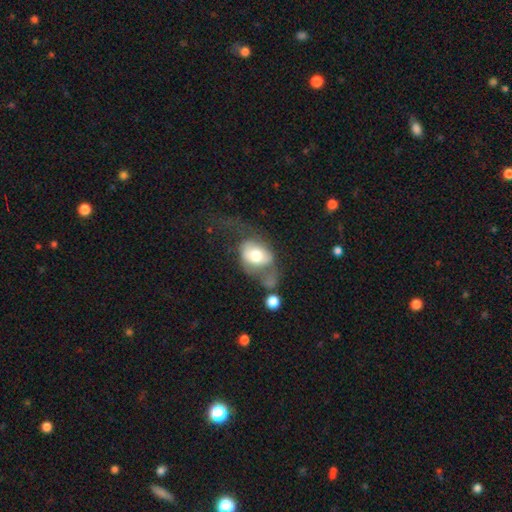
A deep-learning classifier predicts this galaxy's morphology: This appears to be a smooth galaxy with no disk features (59%) that is in between round and cigar-shaped (66%). Merging: major disturbance (48%).